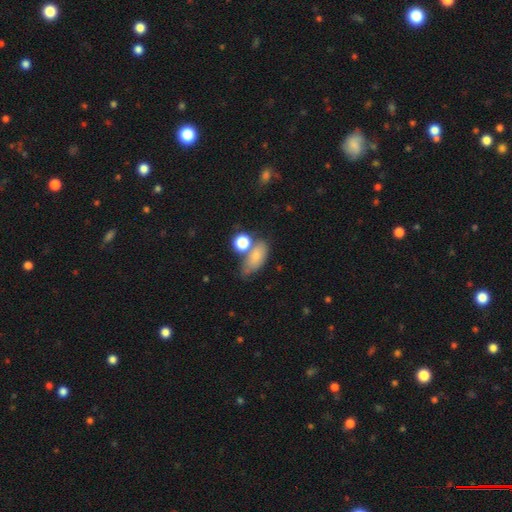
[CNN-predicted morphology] Q: Smooth or featured?
A: smooth (76%); runner-up: featured or disk (14%)
Q: How rounded?
A: in between (78%); runner-up: round (13%)
Q: Merging?
A: none (46%); runner-up: merger (24%)